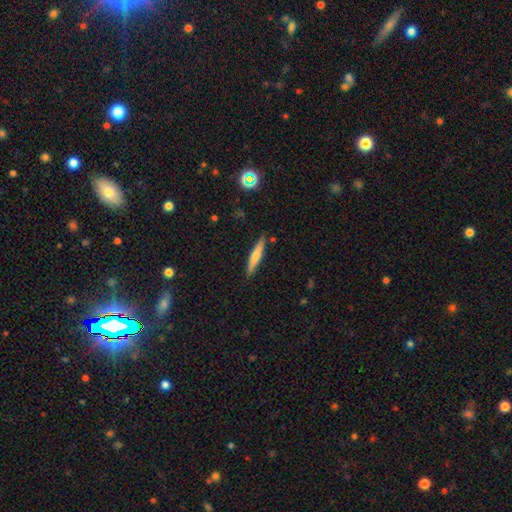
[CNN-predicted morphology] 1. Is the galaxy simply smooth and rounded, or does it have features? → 61% smooth, 32% featured or disk, 6% star or artifact.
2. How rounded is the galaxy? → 91% cigar-shaped, 7% in between, 1% round.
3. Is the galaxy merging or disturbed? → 88% none, 9% minor disturbance, 2% merger, 2% major disturbance.